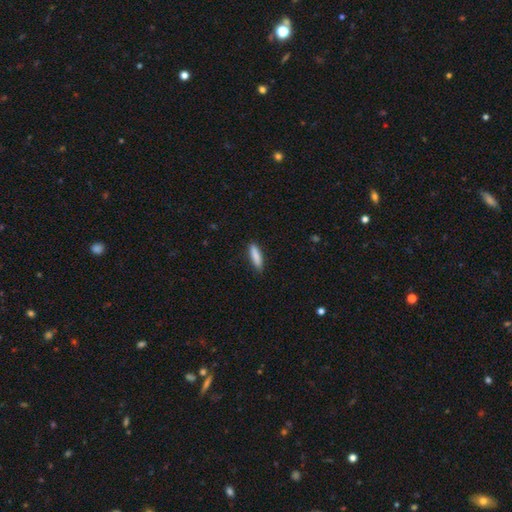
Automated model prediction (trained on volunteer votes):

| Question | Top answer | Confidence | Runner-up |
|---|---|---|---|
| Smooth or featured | smooth | 87% | featured or disk (7%) |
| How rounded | cigar-shaped | 73% | in between (25%) |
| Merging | none | 85% | minor disturbance (12%) |